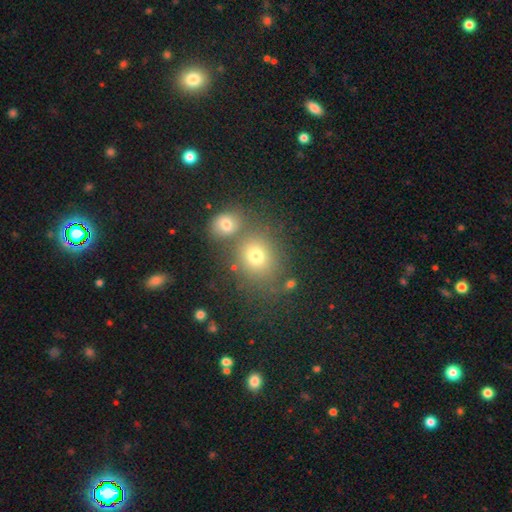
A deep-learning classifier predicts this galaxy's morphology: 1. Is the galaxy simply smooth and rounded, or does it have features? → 73% smooth, 16% star or artifact, 11% featured or disk.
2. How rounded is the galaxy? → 70% round, 29% in between, 1% cigar-shaped.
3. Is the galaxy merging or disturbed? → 61% none, 24% merger, 11% minor disturbance, 5% major disturbance.